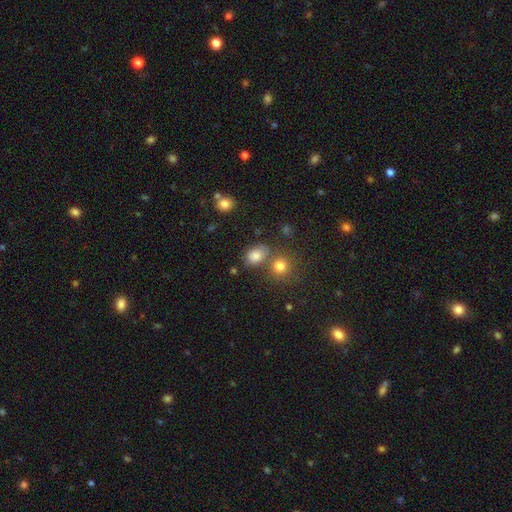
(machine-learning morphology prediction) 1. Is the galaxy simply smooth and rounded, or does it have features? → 79% smooth, 12% star or artifact, 8% featured or disk.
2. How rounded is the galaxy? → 67% in between, 32% round, 1% cigar-shaped.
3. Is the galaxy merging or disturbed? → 61% none, 17% merger, 16% minor disturbance, 6% major disturbance.